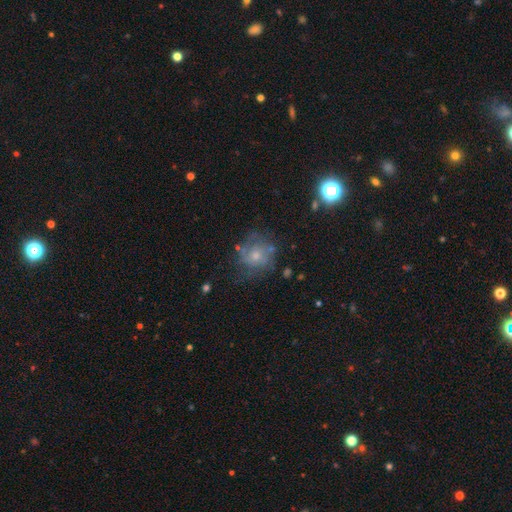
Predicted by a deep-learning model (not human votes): This is possibly a smooth galaxy (49%). Merging: possibly none (55%).